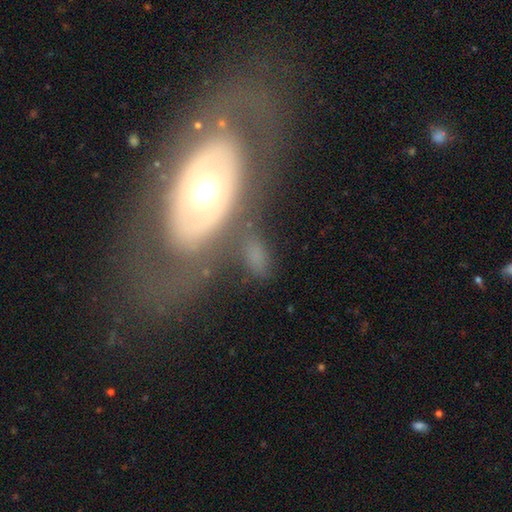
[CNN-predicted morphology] The model was most divided on "smooth or featured": smooth: 48%, featured or disk: 35%, star or artifact: 17%. More confident: merging — none (59%).